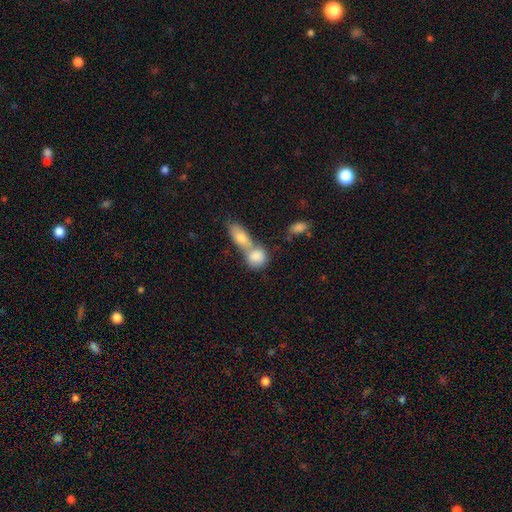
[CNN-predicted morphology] smooth_or_featured: smooth (p=0.80) [alt: featured or disk p=0.13]
how_rounded: in between (p=0.56) [alt: round p=0.38]
merging: merger (p=0.68) [alt: none p=0.22]